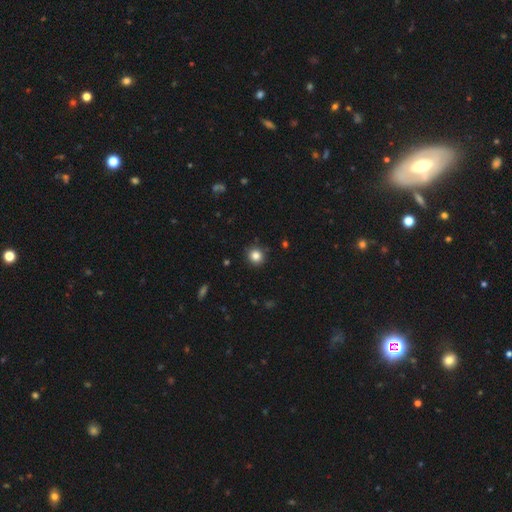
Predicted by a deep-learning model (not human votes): Q: Smooth or featured?
A: smooth (84%); runner-up: star or artifact (11%)
Q: How rounded?
A: round (91%); runner-up: in between (8%)
Q: Merging?
A: none (90%); runner-up: minor disturbance (7%)